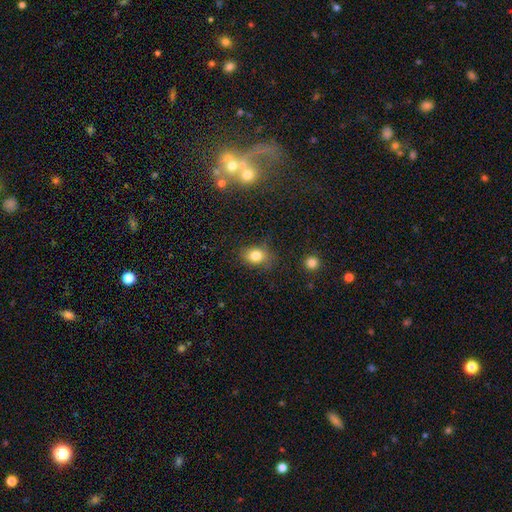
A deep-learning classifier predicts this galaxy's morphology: smooth-or-featured: smooth: 81% | star or artifact: 12% | featured or disk: 7%
  how-rounded: in between: 58% | round: 41% | cigar-shaped: 1%
  merging: none: 72% | minor disturbance: 20% | major disturbance: 6% | merger: 2%